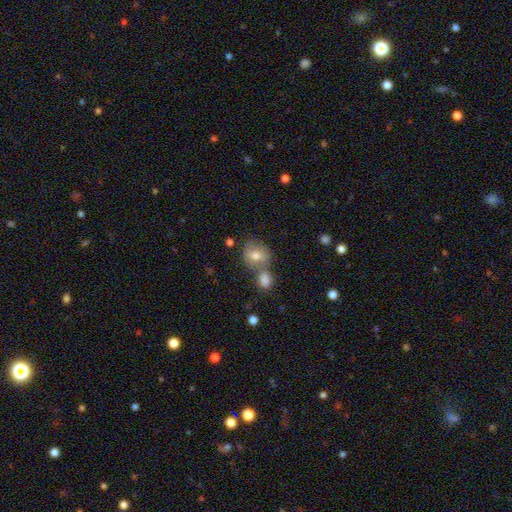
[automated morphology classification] Smooth or featured? smooth (59%)
How rounded? round (74%)
Merging? none (54%)